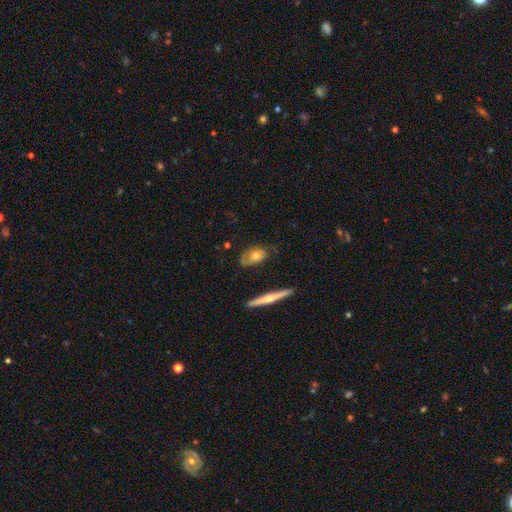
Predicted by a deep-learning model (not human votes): A smooth galaxy with no disk features (50%). Merging: none (61%).